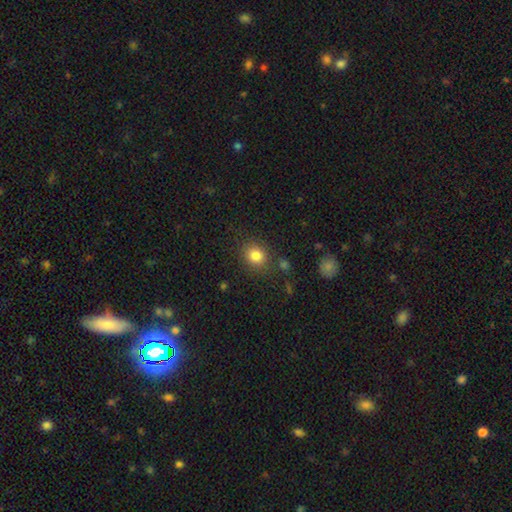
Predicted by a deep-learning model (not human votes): A smooth galaxy with no disk features (83%) that is round (71%). Merging: none (80%).